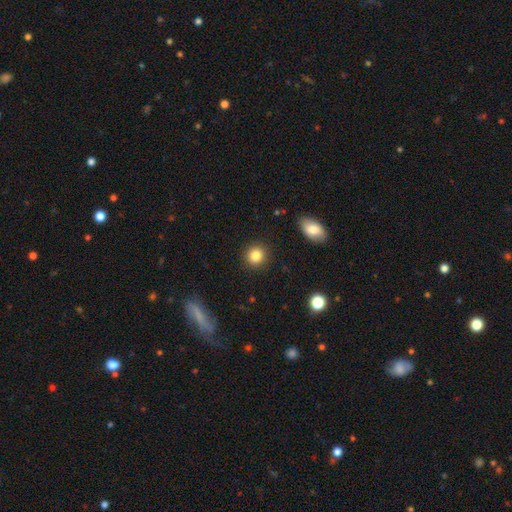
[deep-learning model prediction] smooth_or_featured: smooth (p=0.85) [alt: star or artifact p=0.09]
how_rounded: round (p=0.87) [alt: in between p=0.12]
merging: none (p=0.90) [alt: minor disturbance p=0.06]